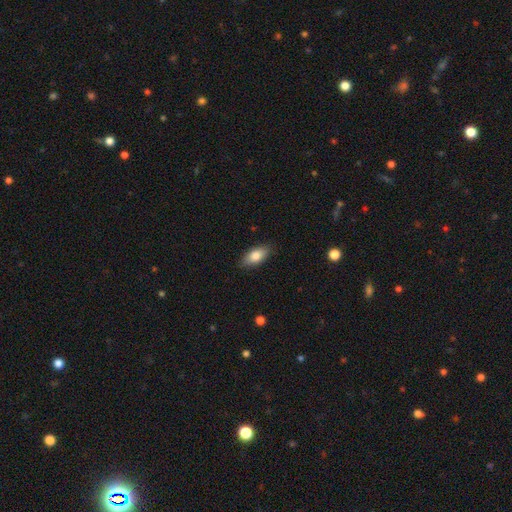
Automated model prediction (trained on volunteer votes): Smooth or featured? smooth (81%)
How rounded? in between (88%)
Merging? none (86%)